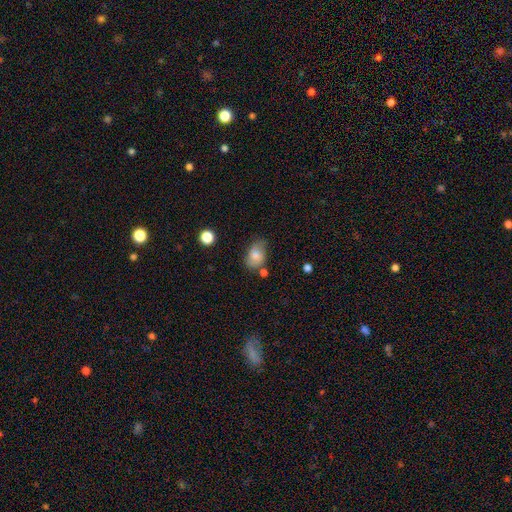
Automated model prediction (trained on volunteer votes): smooth_or_featured: smooth (p=0.75) [alt: featured or disk p=0.17]
how_rounded: in between (p=0.81) [alt: round p=0.17]
merging: none (p=0.56) [alt: minor disturbance p=0.29]